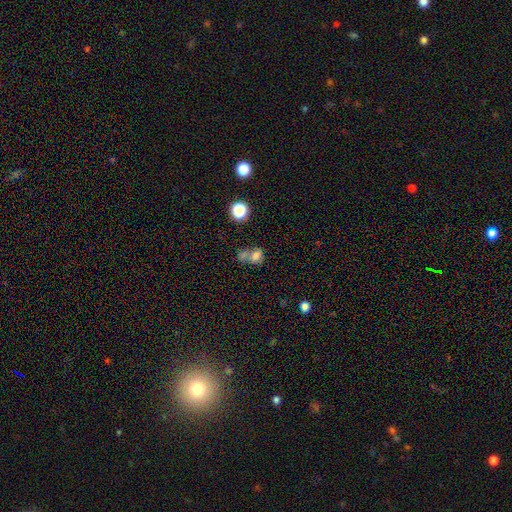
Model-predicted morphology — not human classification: smooth 70%, star or artifact 15%, featured or disk 15%. Down the decision tree: how rounded — round (52%); merging — merger (49%).